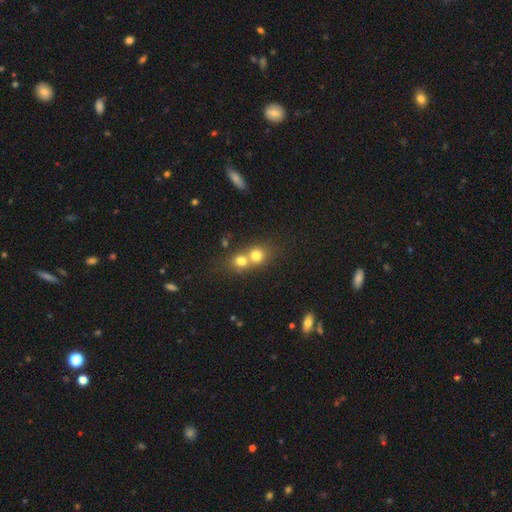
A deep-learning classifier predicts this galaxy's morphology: A smooth galaxy with no disk features (74%) that is round (78%). Merging: merger (65%).